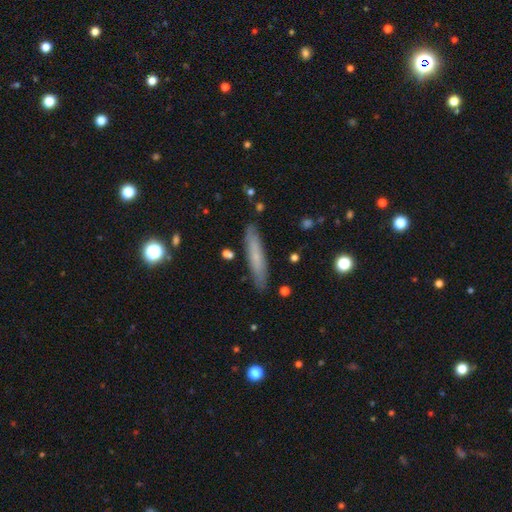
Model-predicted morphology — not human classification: type=smooth (60%); roundness=cigar-shaped (90%); merging=none (87%).